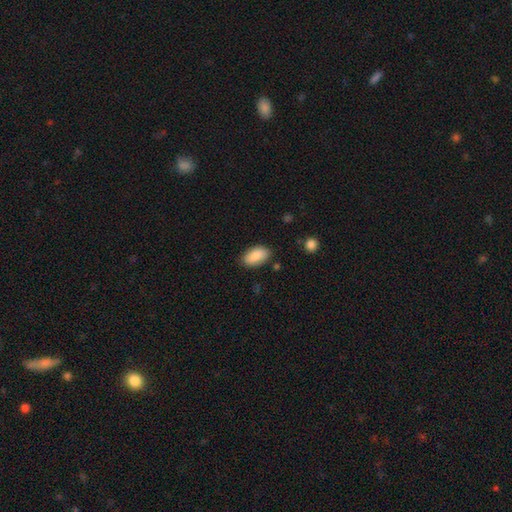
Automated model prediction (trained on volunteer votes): This appears to be a smooth galaxy with no disk features (88%) that is in between round and cigar-shaped (94%). Merging: none (83%).